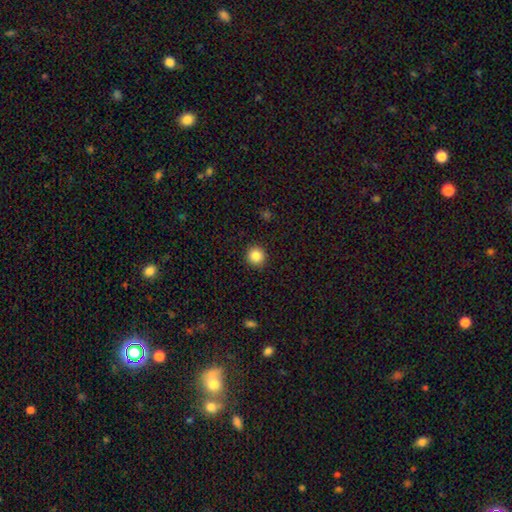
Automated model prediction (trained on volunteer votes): The model was most divided on "smooth or featured": smooth: 85%, star or artifact: 10%, featured or disk: 5%. More confident: how rounded — round (93%); merging — none (92%).